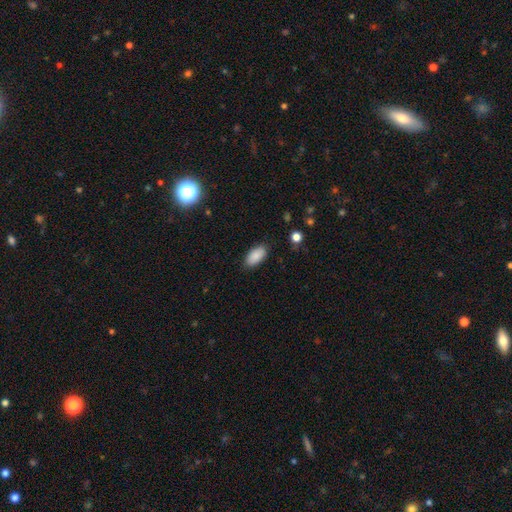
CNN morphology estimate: A smooth galaxy with no disk features (89%) that is in between round and cigar-shaped (93%).

Vote fractions:
- Smooth or featured? smooth: 89% / star or artifact: 7% / featured or disk: 4%
- How rounded? in between: 93% / cigar-shaped: 4% / round: 3%
- Merging? none: 86% / minor disturbance: 11% / major disturbance: 3% / merger: 1%